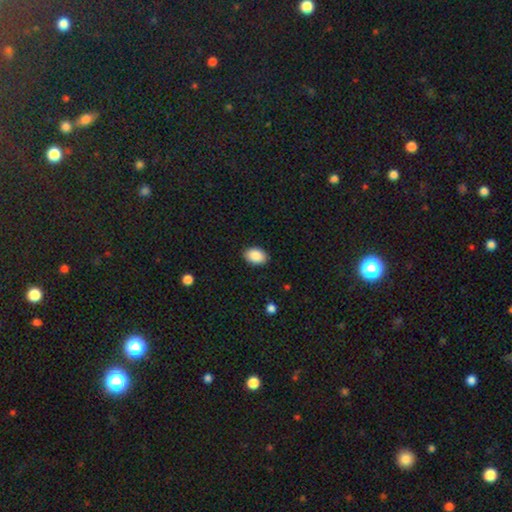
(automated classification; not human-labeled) The model was most divided on "how rounded": in between: 87%, round: 12%, cigar-shaped: 1%. More confident: smooth or featured — smooth (89%); merging — none (89%).